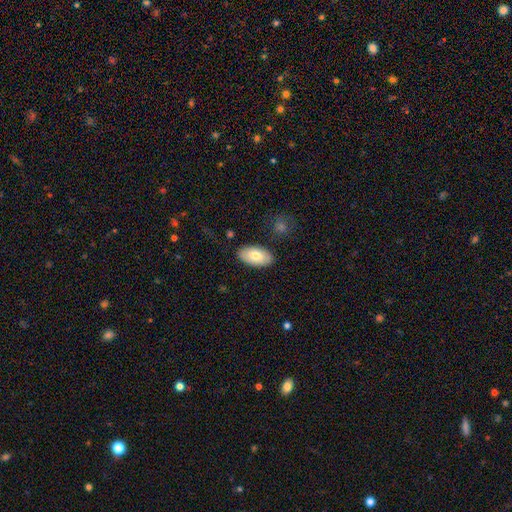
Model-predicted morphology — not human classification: type=smooth (74%); roundness=in between (95%); merging=none (85%).